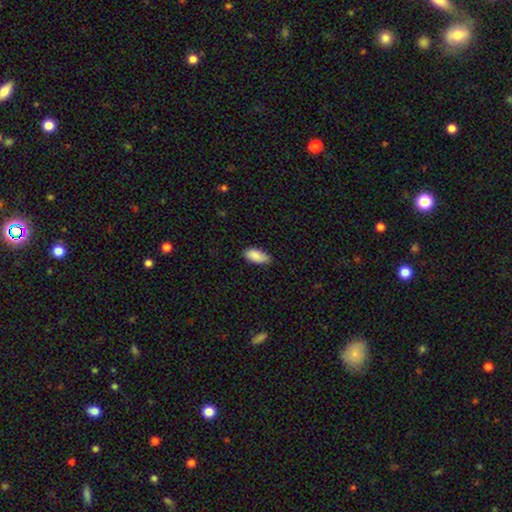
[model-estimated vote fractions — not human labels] Smooth or featured? Predicted: smooth (p=0.88). How rounded? Predicted: in between (p=0.89). Merging? Predicted: none (p=0.74).